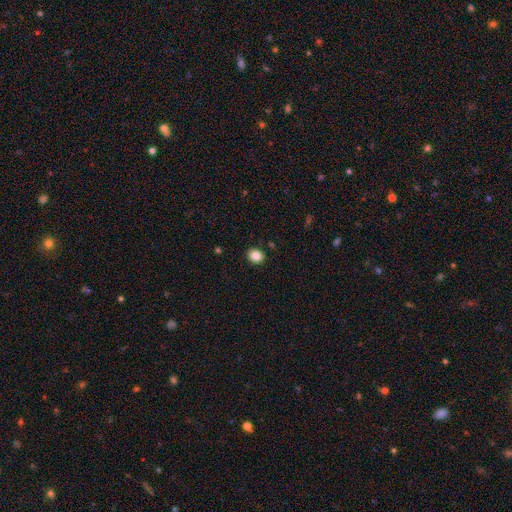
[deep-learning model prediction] A smooth galaxy with no disk features (86%) that is round (67%).

Vote fractions:
- Smooth or featured? smooth: 86% / star or artifact: 10% / featured or disk: 4%
- How rounded? round: 67% / in between: 32% / cigar-shaped: 1%
- Merging? none: 90% / minor disturbance: 7% / major disturbance: 2% / merger: 1%